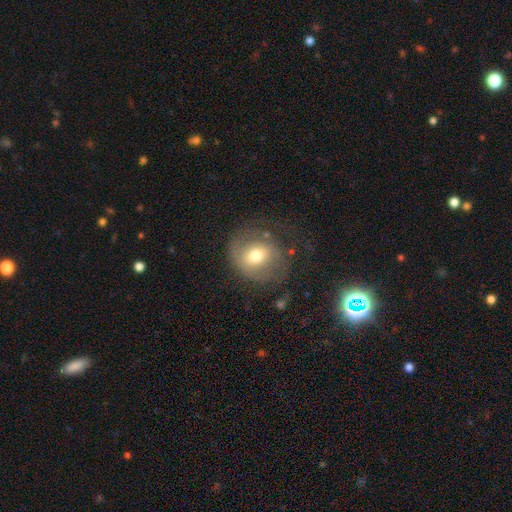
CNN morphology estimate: smooth 46%, featured or disk 45%, star or artifact 9%. Down the decision tree: merging — none (49%).